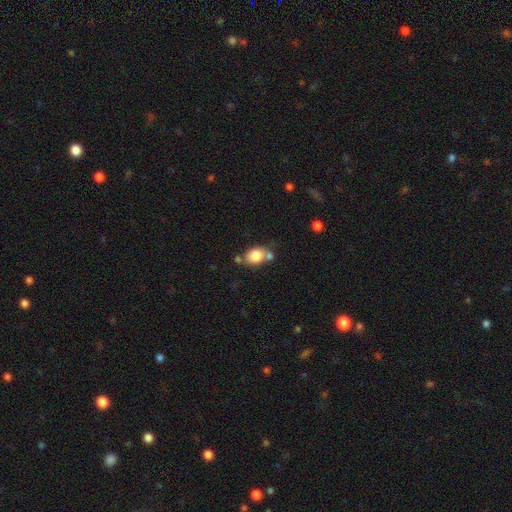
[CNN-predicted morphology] Smooth or featured: smooth — 81% (featured or disk — 11%)
How rounded: in between — 60% (round — 38%)
Merging: none — 54% (merger — 25%)